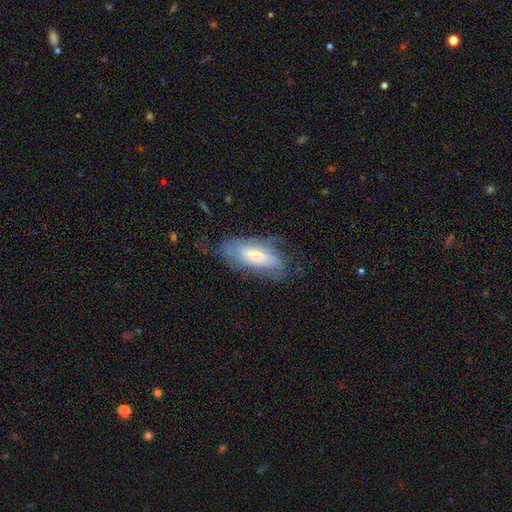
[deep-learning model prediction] The model was most divided on "smooth or featured": featured or disk: 54%, smooth: 39%, star or artifact: 7%. More confident: edge-on disk — no (83%); merging — none (59%).